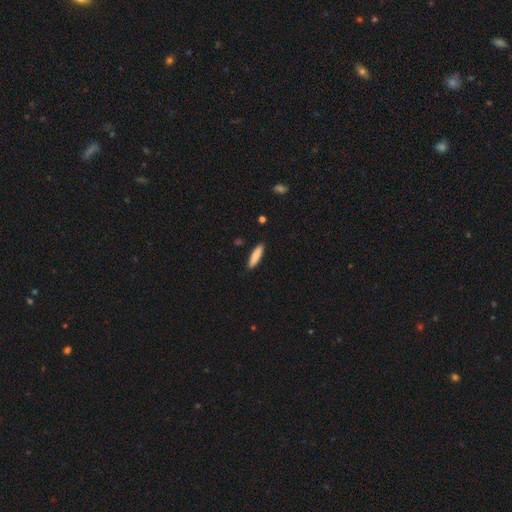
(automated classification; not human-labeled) Q: Smooth or featured?
A: smooth (85%); runner-up: featured or disk (9%)
Q: How rounded?
A: cigar-shaped (77%); runner-up: in between (22%)
Q: Merging?
A: none (89%); runner-up: minor disturbance (8%)